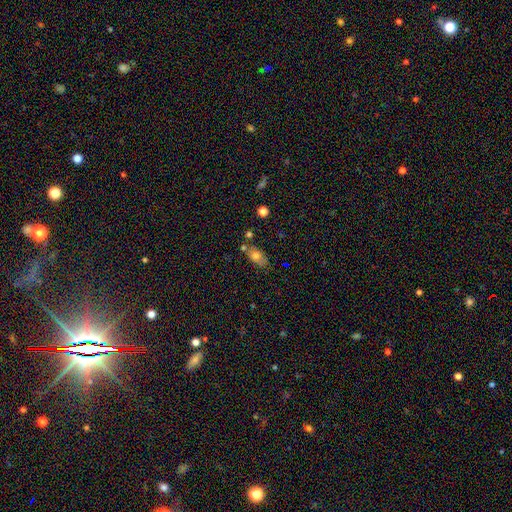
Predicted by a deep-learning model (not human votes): Q: Smooth or featured?
A: smooth (68%); runner-up: featured or disk (22%)
Q: How rounded?
A: in between (83%); runner-up: round (12%)
Q: Merging?
A: none (59%); runner-up: minor disturbance (21%)